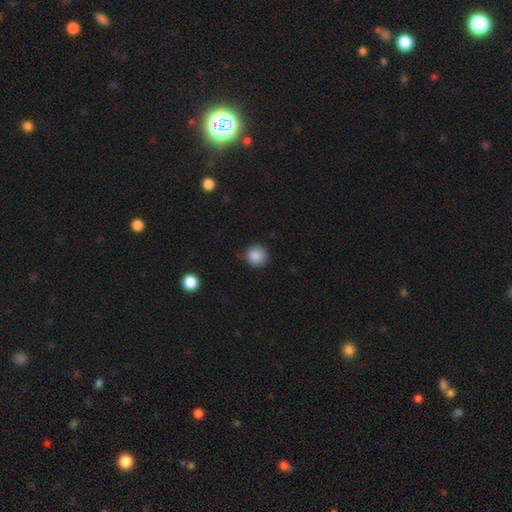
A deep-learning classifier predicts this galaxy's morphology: The model was most divided on "merging": none: 84%, minor disturbance: 12%, major disturbance: 3%, merger: 1%. More confident: how rounded — round (93%); smooth or featured — smooth (88%).